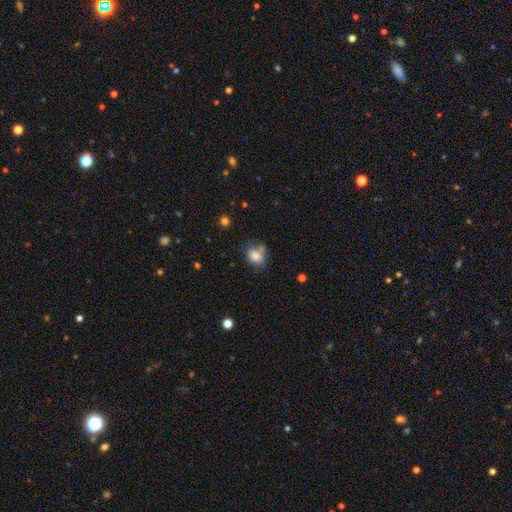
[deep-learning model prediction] This is clearly a smooth galaxy (81%). How rounded: likely round (60%). Merging: possibly none (54%).